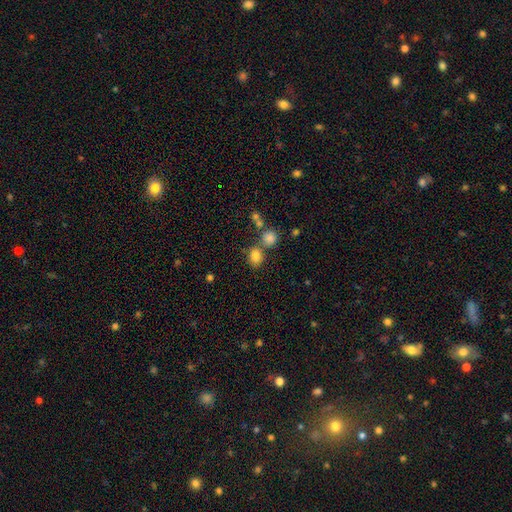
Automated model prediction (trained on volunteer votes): A smooth galaxy with no disk features (80%) that is round (59%).

Vote fractions:
- Smooth or featured? smooth: 80% / star or artifact: 13% / featured or disk: 7%
- How rounded? round: 59% / in between: 40% / cigar-shaped: 1%
- Merging? none: 63% / merger: 22% / minor disturbance: 11% / major disturbance: 4%